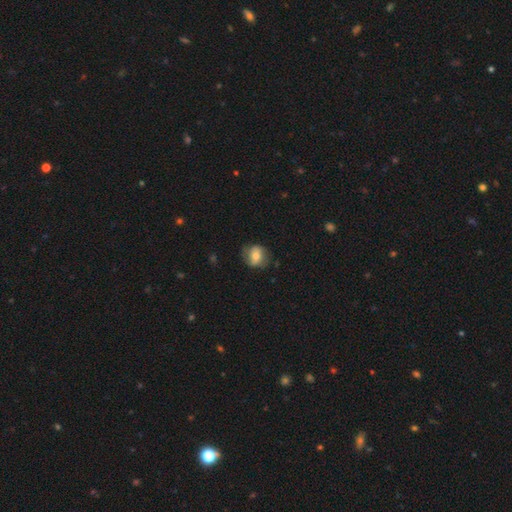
Overall: smooth (58%; featured or disk 37%). How rounded: round (59%; in between 41%). Merging: none (78%).